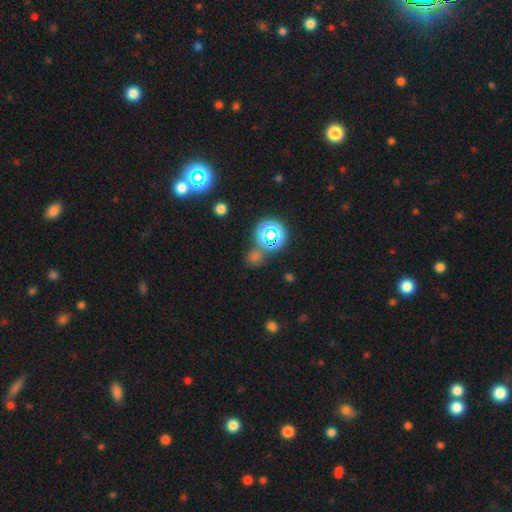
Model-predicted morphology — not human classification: Overall: star or artifact (58%; smooth 33%).